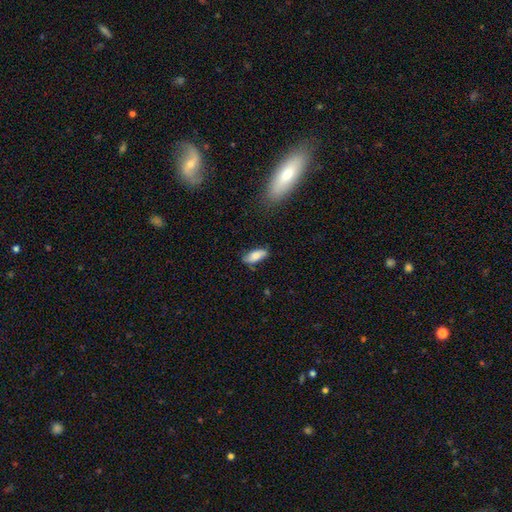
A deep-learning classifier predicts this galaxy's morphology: Smooth or featured?
  - smooth: 78% *
  - featured or disk: 15%
  - star or artifact: 7%
How rounded?
  - in between: 81% *
  - cigar-shaped: 16%
  - round: 2%
Merging?
  - none: 74% *
  - minor disturbance: 20%
  - major disturbance: 4%
  - merger: 3%